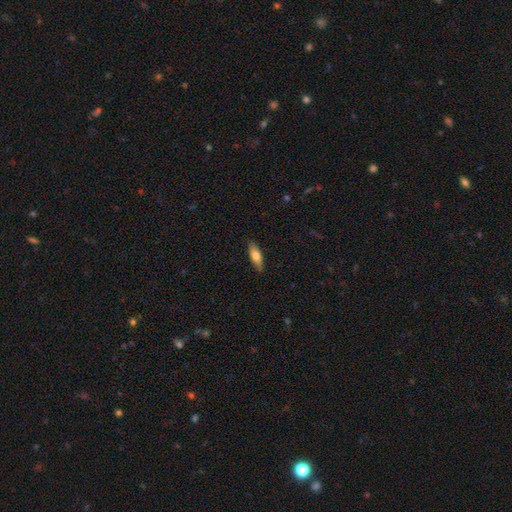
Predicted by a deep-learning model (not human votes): This appears to be a smooth galaxy with no disk features (73%) that is in between round and cigar-shaped (55%). Merging: none (86%).